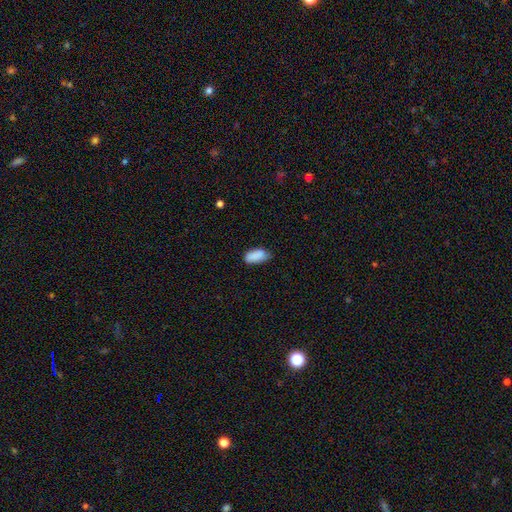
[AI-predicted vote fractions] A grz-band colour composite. It shows a smooth galaxy with no disk features (88%) that is in between round and cigar-shaped (91%). Merging: none (68%).